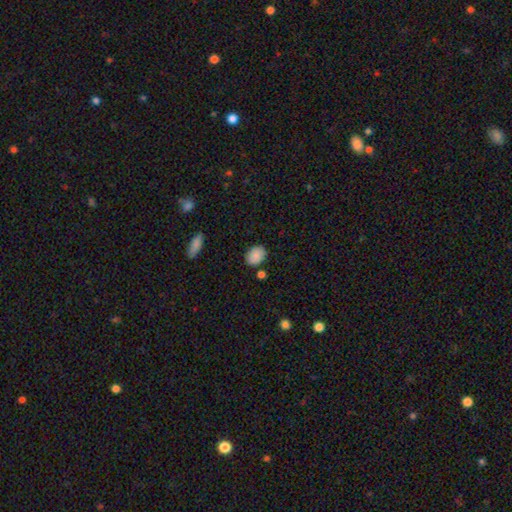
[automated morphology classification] smooth-or-featured: smooth: 88% | star or artifact: 8% | featured or disk: 4%
  how-rounded: in between: 65% | round: 34% | cigar-shaped: 1%
  merging: none: 82% | minor disturbance: 11% | merger: 4% | major disturbance: 3%